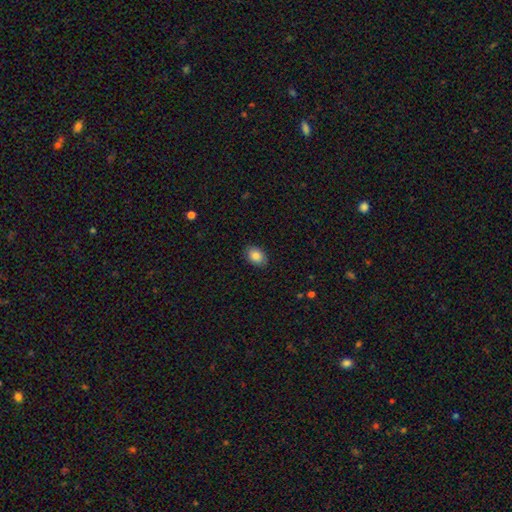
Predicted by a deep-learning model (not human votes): smooth 86%, star or artifact 8%, featured or disk 6%. Down the decision tree: how rounded — in between (76%); merging — none (88%).